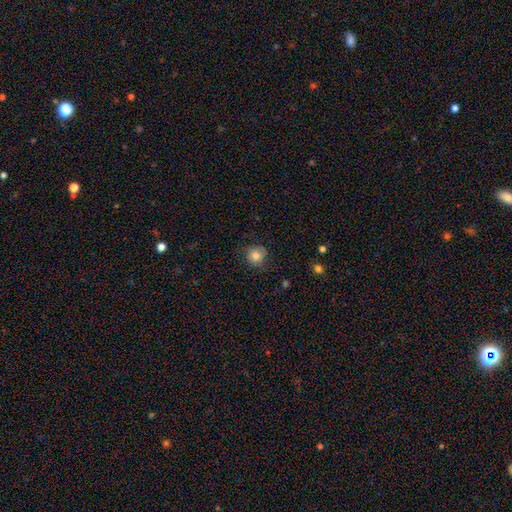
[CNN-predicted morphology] Smooth or featured? smooth (81%)
How rounded? round (89%)
Merging? none (77%)